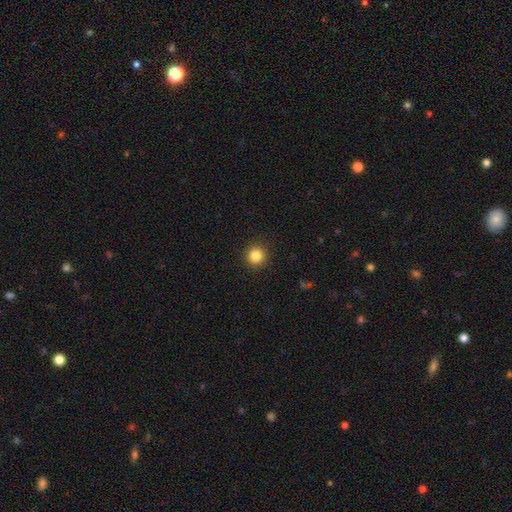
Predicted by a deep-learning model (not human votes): Overall: smooth (84%). How rounded: round (95%). Merging: none (92%).